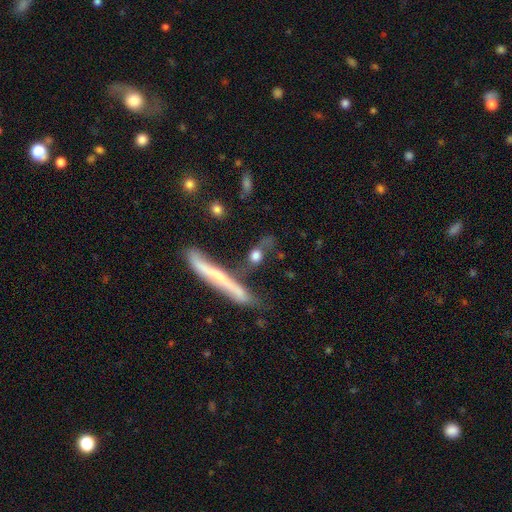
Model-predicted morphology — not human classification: type=smooth (54%); roundness=cigar-shaped (36%); merging=none (43%).